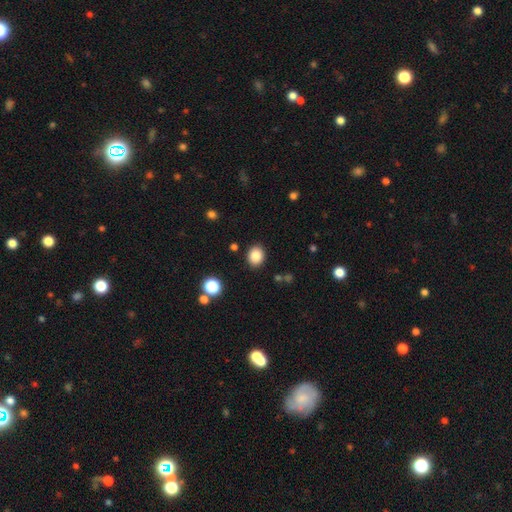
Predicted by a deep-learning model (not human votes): Smooth or featured? smooth (86%)
How rounded? round (57%)
Merging? none (88%)